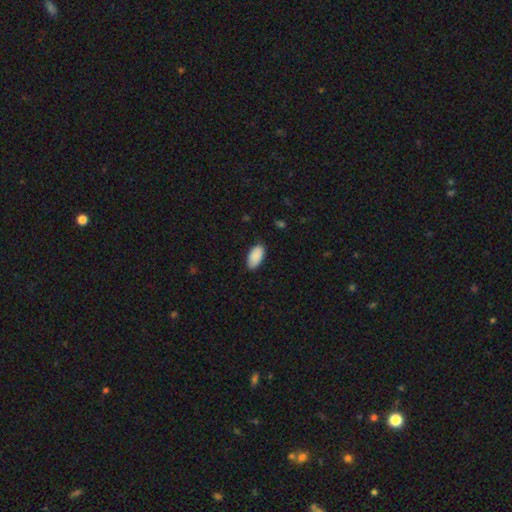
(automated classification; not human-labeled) This appears to be a smooth galaxy with no disk features (90%) that is in between round and cigar-shaped (95%). Merging: none (83%).